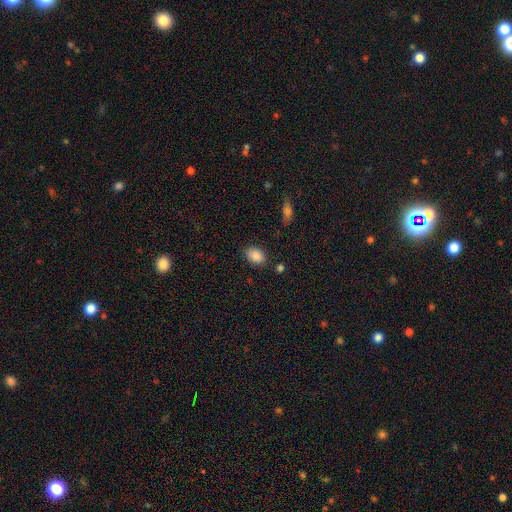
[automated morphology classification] smooth 88%, star or artifact 8%, featured or disk 4%. Down the decision tree: how rounded — in between (83%); merging — none (81%).